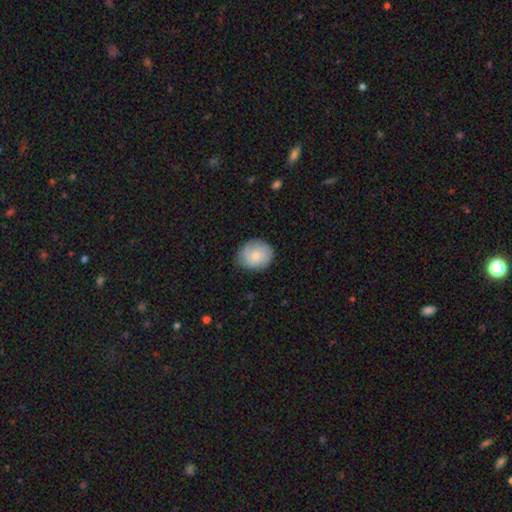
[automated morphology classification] A smooth galaxy with no disk features (70%) that is round (67%). Merging: none (76%).